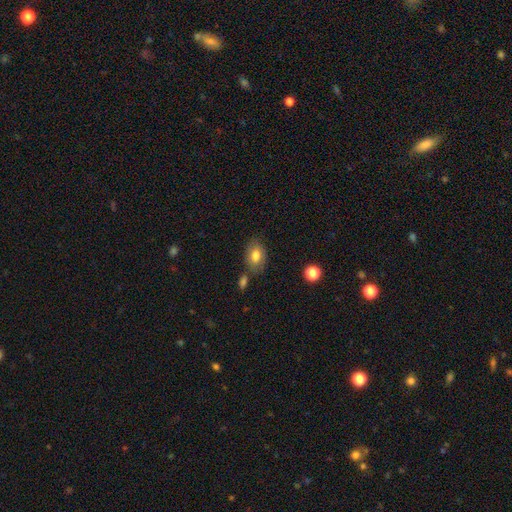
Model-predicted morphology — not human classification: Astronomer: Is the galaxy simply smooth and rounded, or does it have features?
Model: smooth — 77%.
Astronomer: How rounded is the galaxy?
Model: in between — 82%.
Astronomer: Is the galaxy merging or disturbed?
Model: none — 73%.